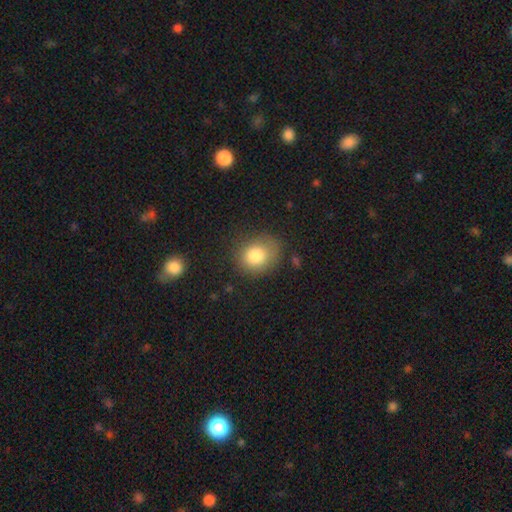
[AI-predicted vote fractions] Morphology: type=smooth (82%); roundness=round (62%); merging=none (74%).